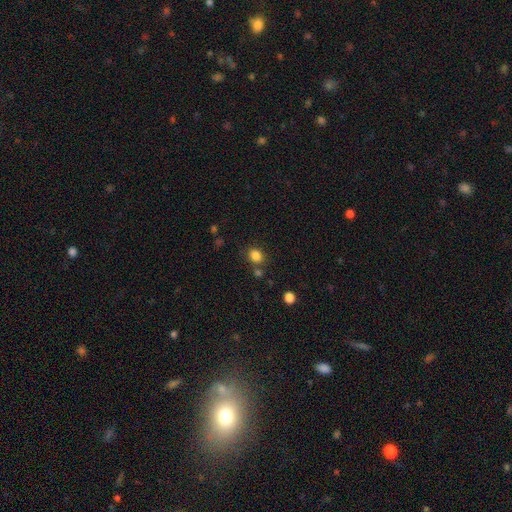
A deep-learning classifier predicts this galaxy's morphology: type=smooth (83%); roundness=round (56%); merging=none (74%).